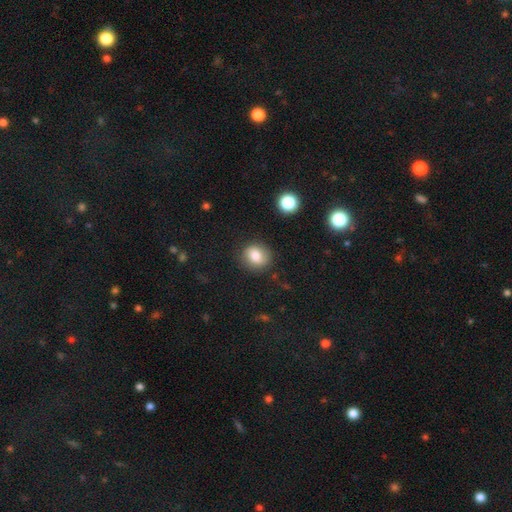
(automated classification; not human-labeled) The model was most divided on "how rounded": round: 73%, in between: 26%, cigar-shaped: 1%. More confident: merging — none (82%); smooth or featured — smooth (80%).